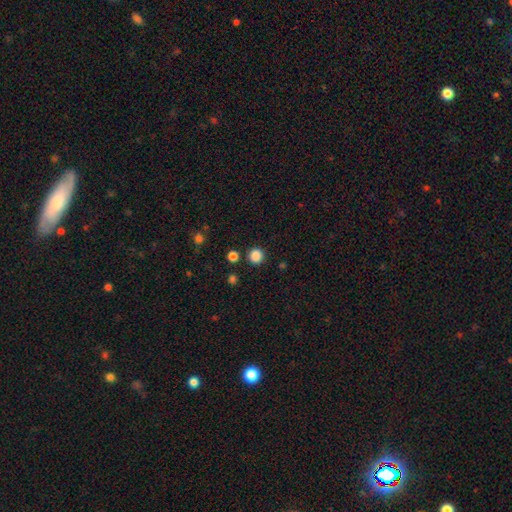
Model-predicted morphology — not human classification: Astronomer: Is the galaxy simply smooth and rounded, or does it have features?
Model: smooth — 85%.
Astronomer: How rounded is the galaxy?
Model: round — 93%.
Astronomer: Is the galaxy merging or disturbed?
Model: none — 89%.